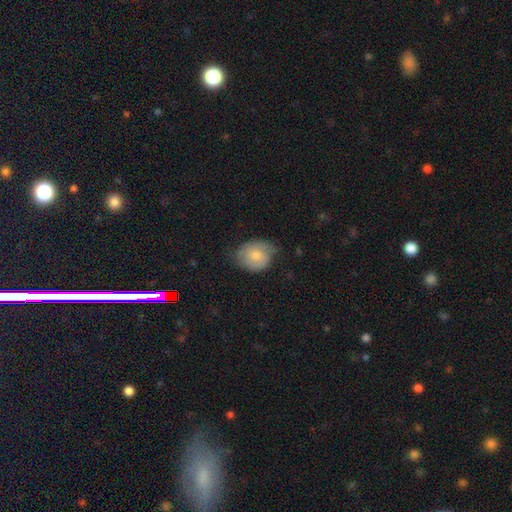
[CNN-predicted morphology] A smooth galaxy with no disk features (64%) that is round (57%). Merging: none (55%).